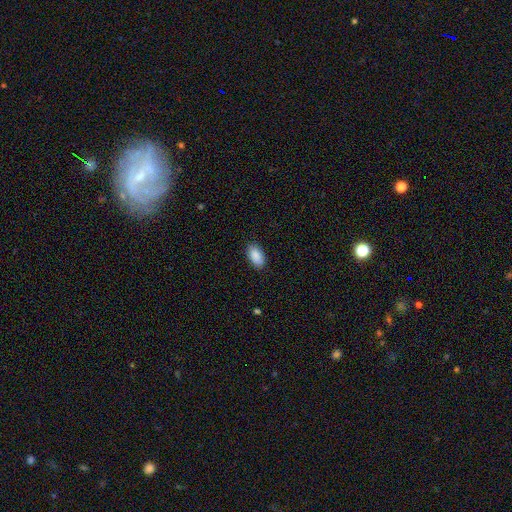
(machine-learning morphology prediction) A smooth galaxy with no disk features (90%) that is in between round and cigar-shaped (95%). Merging: none (87%).